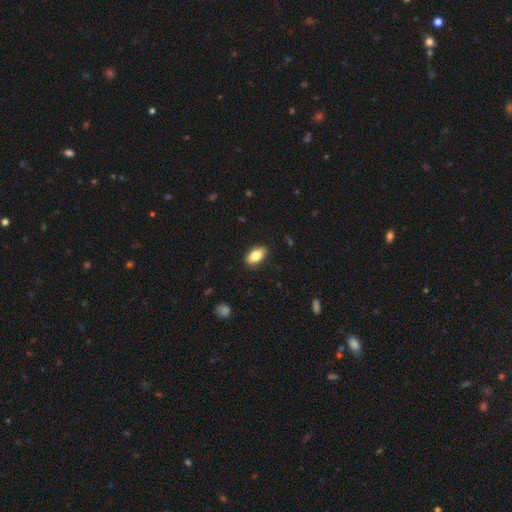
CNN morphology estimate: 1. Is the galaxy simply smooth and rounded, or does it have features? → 80% smooth, 13% featured or disk, 7% star or artifact.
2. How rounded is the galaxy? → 90% in between, 5% cigar-shaped, 4% round.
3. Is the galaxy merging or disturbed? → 88% none, 9% minor disturbance, 2% major disturbance, 1% merger.